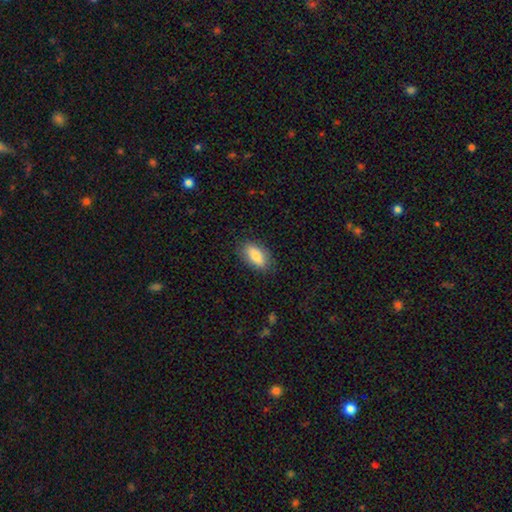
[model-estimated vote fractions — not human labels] This appears to be a smooth galaxy with no disk features (77%) that is in between round and cigar-shaped (86%). Merging: none (84%).